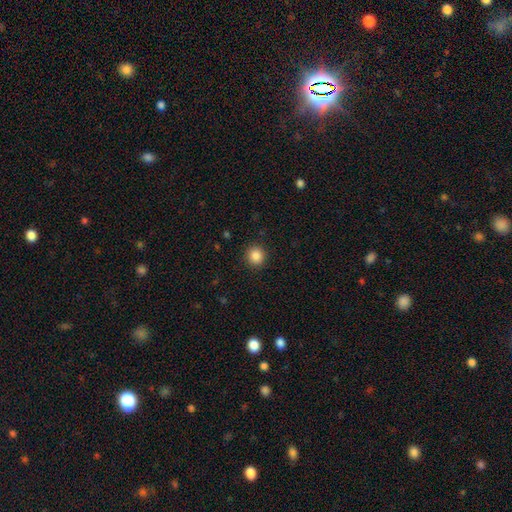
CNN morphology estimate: smooth 86%, star or artifact 10%, featured or disk 4%. Down the decision tree: how rounded — round (93%); merging — none (92%).